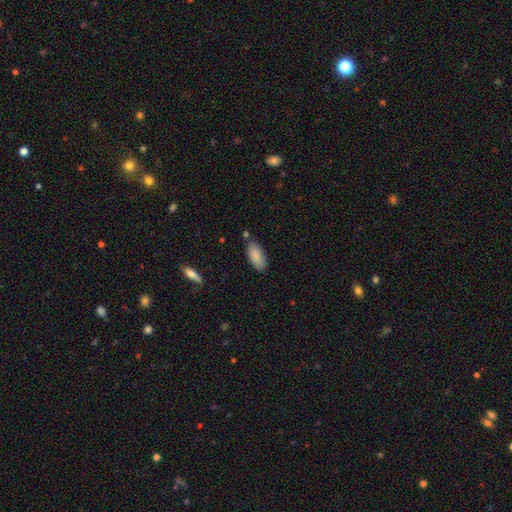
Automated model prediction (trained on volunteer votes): smooth_or_featured: smooth (p=0.86) [alt: featured or disk p=0.07]
how_rounded: in between (p=0.88) [alt: cigar-shaped p=0.10]
merging: none (p=0.75) [alt: minor disturbance p=0.17]